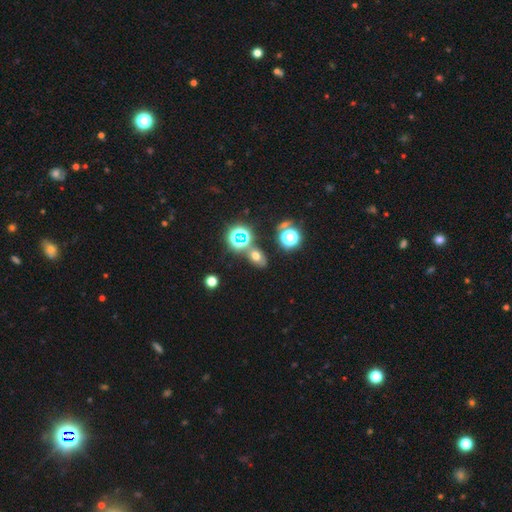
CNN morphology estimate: A smooth galaxy with no disk features (52%) that is in between round and cigar-shaped (69%).

Vote fractions:
- Smooth or featured? smooth: 52% / star or artifact: 33% / featured or disk: 15%
- How rounded? in between: 69% / round: 29% / cigar-shaped: 2%
- Merging? none: 69% / merger: 14% / minor disturbance: 12% / major disturbance: 5%